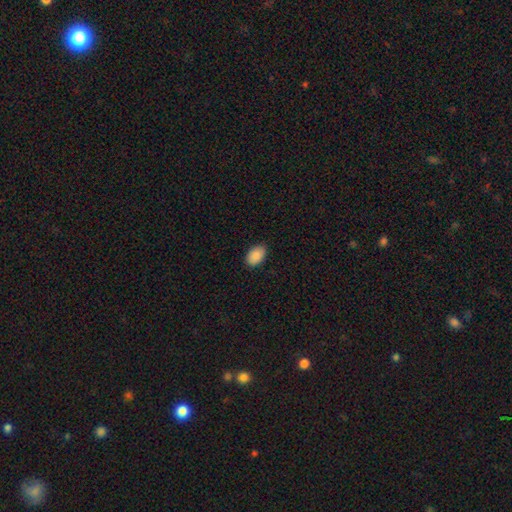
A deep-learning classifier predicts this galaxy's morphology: smooth 89%, star or artifact 7%, featured or disk 4%. Down the decision tree: how rounded — in between (91%); merging — none (86%).